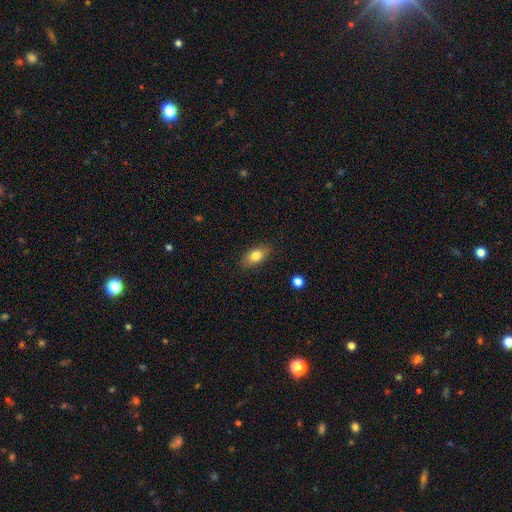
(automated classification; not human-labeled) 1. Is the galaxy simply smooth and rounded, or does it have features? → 78% smooth, 14% featured or disk, 8% star or artifact.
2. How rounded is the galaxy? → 85% in between, 8% cigar-shaped, 7% round.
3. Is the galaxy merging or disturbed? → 87% none, 10% minor disturbance, 2% major disturbance, 1% merger.